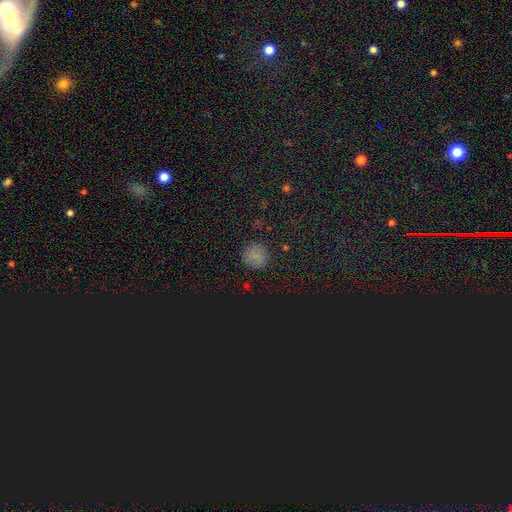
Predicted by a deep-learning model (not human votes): Smooth or featured? Predicted: smooth (p=0.68). How rounded? Predicted: round (p=0.90). Merging? Predicted: none (p=0.87).